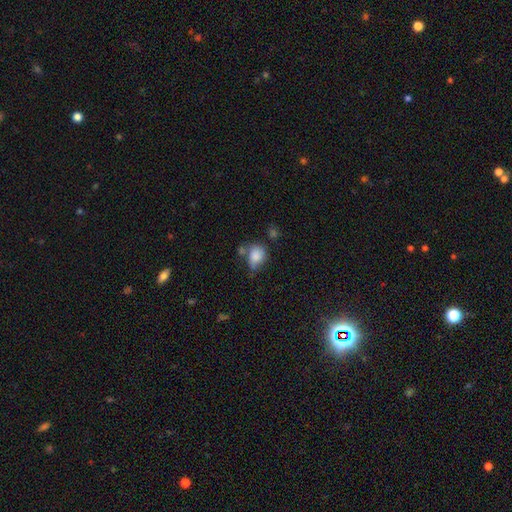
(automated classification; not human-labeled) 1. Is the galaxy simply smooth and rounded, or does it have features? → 83% smooth, 9% star or artifact, 8% featured or disk.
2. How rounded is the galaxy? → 55% in between, 44% round, 1% cigar-shaped.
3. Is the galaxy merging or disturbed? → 43% none, 27% minor disturbance, 18% merger, 11% major disturbance.